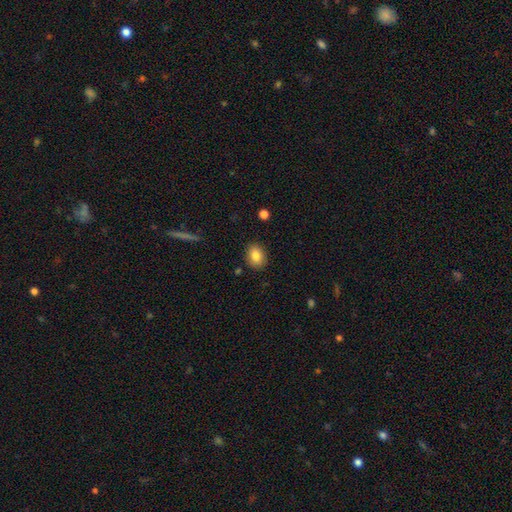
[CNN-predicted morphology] smooth-or-featured: smooth: 84% | star or artifact: 9% | featured or disk: 7%
  how-rounded: in between: 61% | round: 37% | cigar-shaped: 1%
  merging: none: 86% | minor disturbance: 10% | major disturbance: 2% | merger: 2%